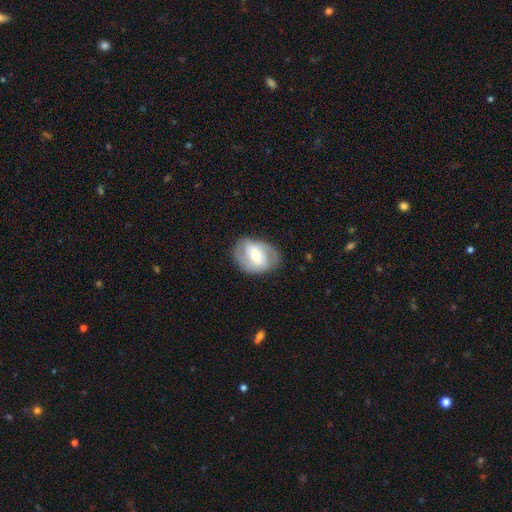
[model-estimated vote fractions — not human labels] featured or disk 72%, smooth 22%, star or artifact 6%. Down the decision tree: edge-on disk — no (96%); bar — weak (42%); spiral arms — yes (86%); spiral arm count — 2 (69%); spiral winding — tight (43%); bulge size — moderate (59%); merging — none (79%).